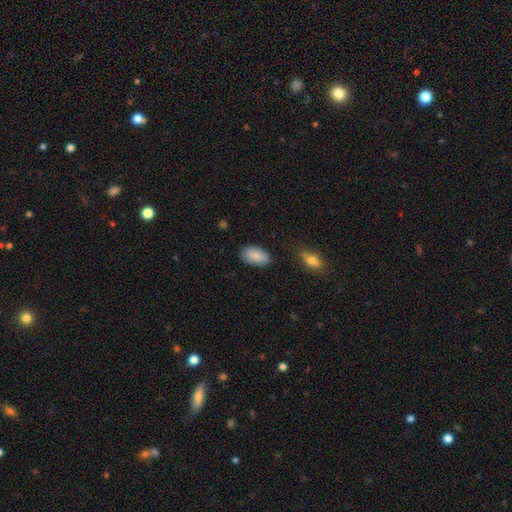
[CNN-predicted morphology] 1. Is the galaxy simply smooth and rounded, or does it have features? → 88% smooth, 6% star or artifact, 5% featured or disk.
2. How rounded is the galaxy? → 94% in between, 3% round, 2% cigar-shaped.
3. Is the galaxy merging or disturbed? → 83% none, 13% minor disturbance, 3% major disturbance, 2% merger.